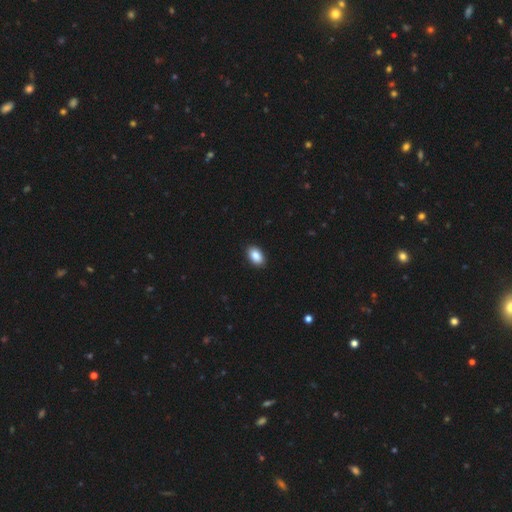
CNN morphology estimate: A smooth galaxy with no disk features (88%) that is in between round and cigar-shaped (92%). Merging: none (90%).